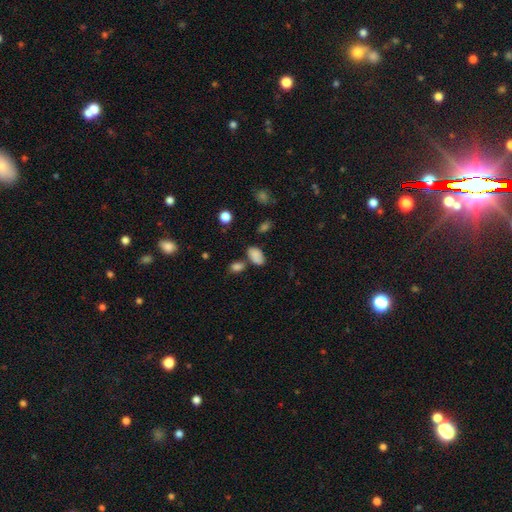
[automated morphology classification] A smooth galaxy with no disk features (84%) that is in between round and cigar-shaped (92%).

Vote fractions:
- Smooth or featured? smooth: 84% / star or artifact: 10% / featured or disk: 6%
- How rounded? in between: 92% / round: 6% / cigar-shaped: 2%
- Merging? none: 61% / minor disturbance: 17% / merger: 17% / major disturbance: 5%